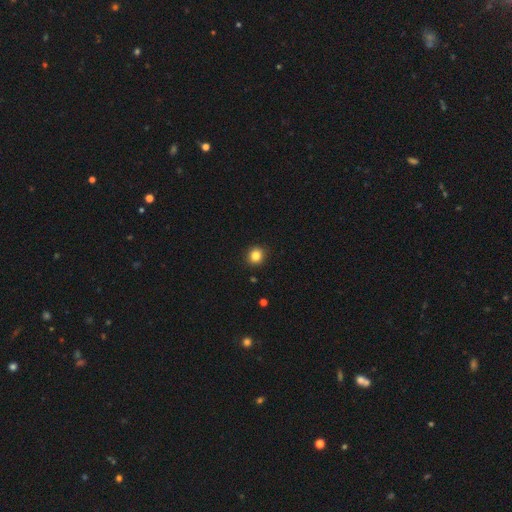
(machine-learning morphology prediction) Smooth or featured: smooth — 84% (star or artifact — 11%)
How rounded: round — 86% (in between — 13%)
Merging: none — 92% (minor disturbance — 5%)